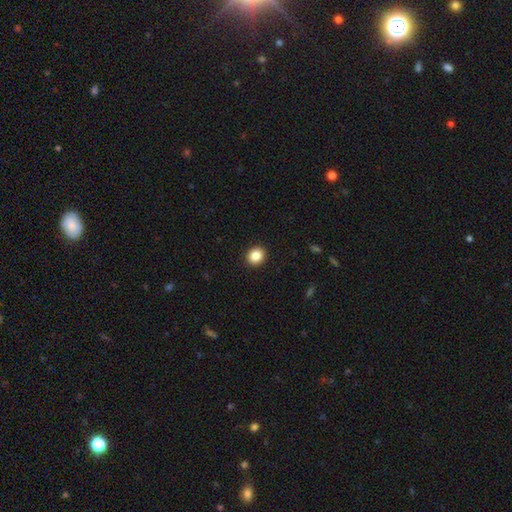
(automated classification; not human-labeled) The model was most divided on "how rounded": round: 70%, in between: 30%, cigar-shaped: 1%. More confident: merging — none (92%); smooth or featured — smooth (87%).